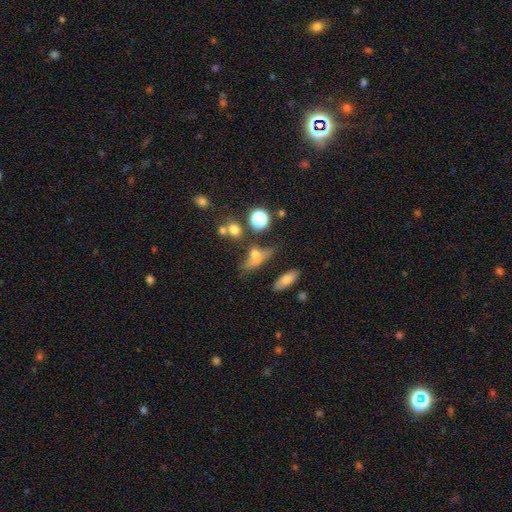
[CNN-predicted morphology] A smooth galaxy with no disk features (59%) that is in between round and cigar-shaped (62%). Merging: none (42%).